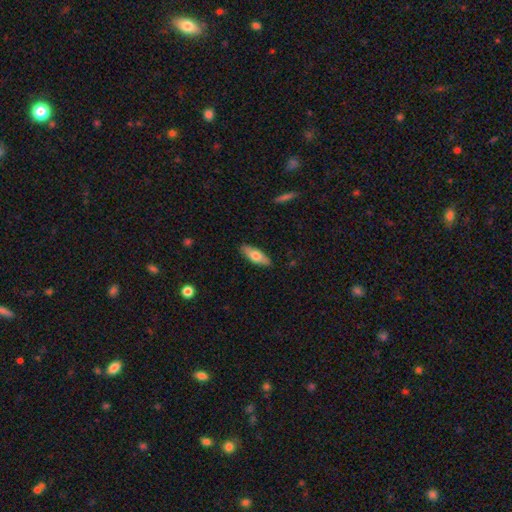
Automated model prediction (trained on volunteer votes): Overall: smooth (65%; featured or disk 29%). How rounded: in between (64%; cigar-shaped 33%). Merging: none (88%).